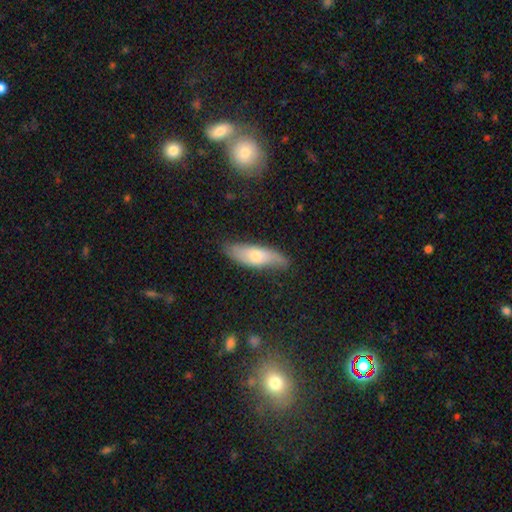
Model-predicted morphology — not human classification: This appears to be a smooth galaxy with no disk features (56%) that is in between round and cigar-shaped (53%). Merging: none (74%).